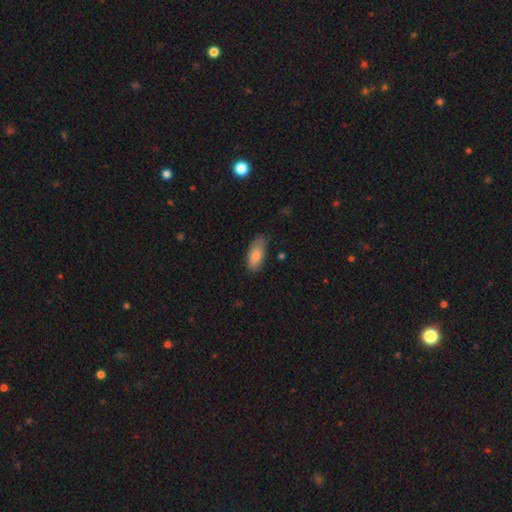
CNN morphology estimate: Smooth or featured? Predicted: smooth (p=0.85). How rounded? Predicted: in between (p=0.88). Merging? Predicted: none (p=0.68).